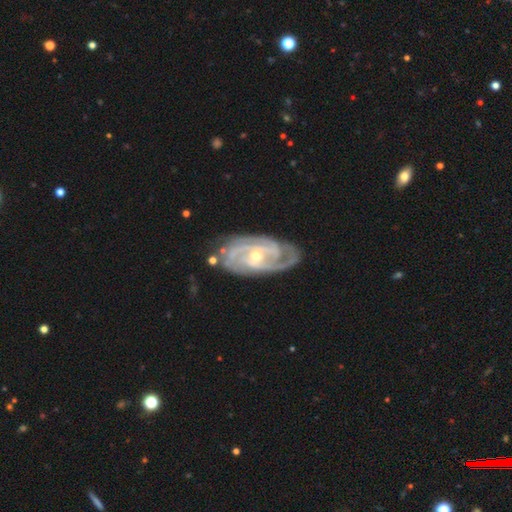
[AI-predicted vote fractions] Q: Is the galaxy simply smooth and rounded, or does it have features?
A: featured or disk — 91%.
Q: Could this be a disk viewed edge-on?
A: no — 96%.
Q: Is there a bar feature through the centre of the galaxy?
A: no — 46%.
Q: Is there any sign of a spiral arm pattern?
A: yes — 98%.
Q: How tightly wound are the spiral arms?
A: tight — 66%.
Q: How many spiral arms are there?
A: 3 — 37%.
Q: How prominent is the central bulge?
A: small — 58%.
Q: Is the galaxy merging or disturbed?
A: none — 76%.